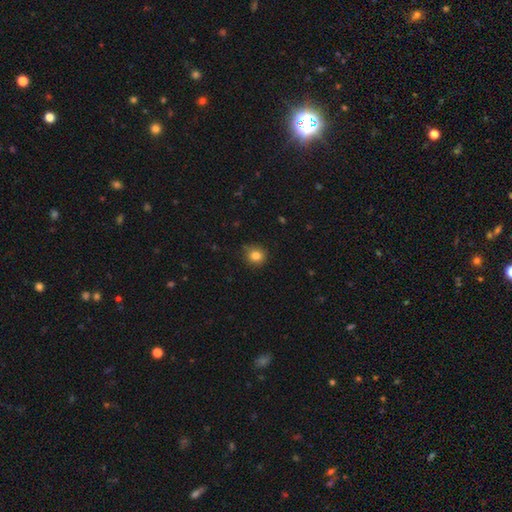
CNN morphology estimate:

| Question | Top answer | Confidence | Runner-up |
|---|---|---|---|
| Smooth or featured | smooth | 84% | star or artifact (11%) |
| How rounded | round | 86% | in between (14%) |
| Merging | none | 81% | minor disturbance (15%) |